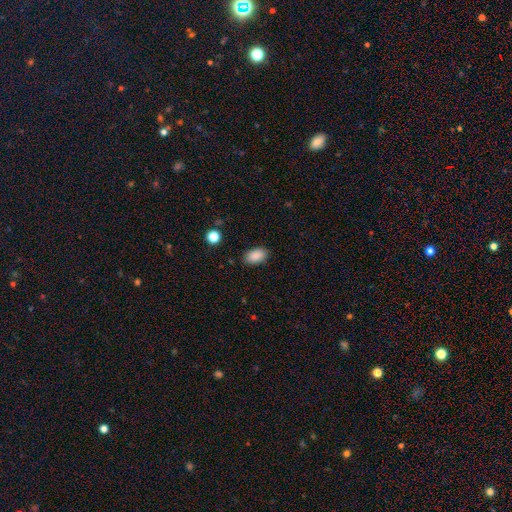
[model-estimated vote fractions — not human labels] This appears to be a smooth galaxy with no disk features (89%) that is in between round and cigar-shaped (92%). Merging: none (86%).